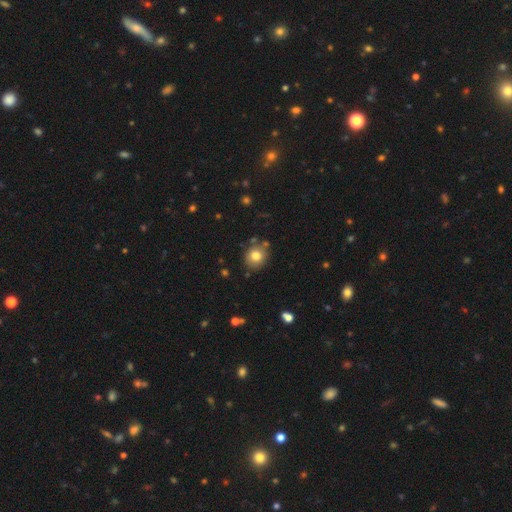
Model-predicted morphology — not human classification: Q: Smooth or featured?
A: smooth (79%); runner-up: star or artifact (11%)
Q: How rounded?
A: round (78%); runner-up: in between (21%)
Q: Merging?
A: none (81%); runner-up: minor disturbance (11%)